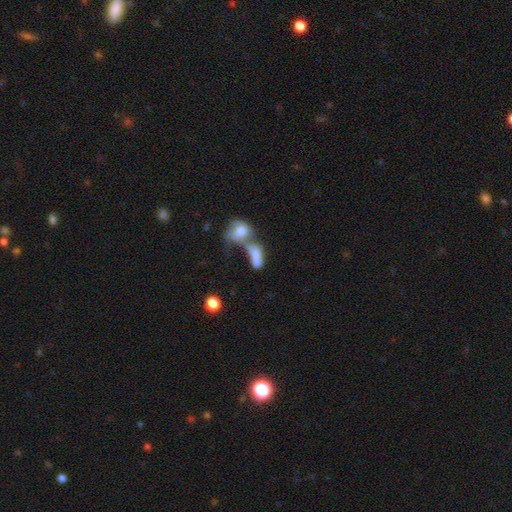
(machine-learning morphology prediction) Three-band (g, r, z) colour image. It shows a smooth galaxy with no disk features (69%) that is in between round and cigar-shaped (77%). Merging: merger (69%).